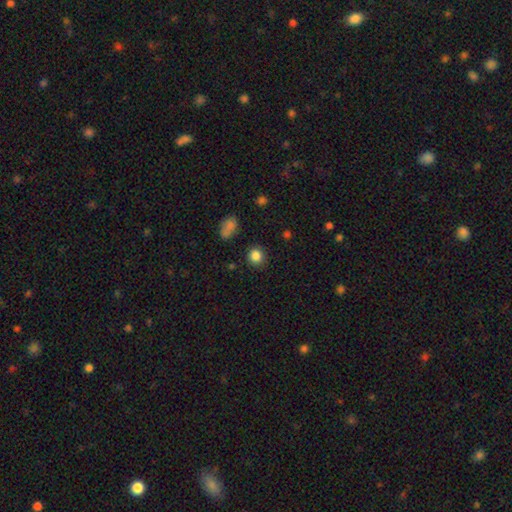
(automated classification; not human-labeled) Q: Smooth or featured?
A: smooth (85%); runner-up: star or artifact (11%)
Q: How rounded?
A: round (87%); runner-up: in between (12%)
Q: Merging?
A: none (87%); runner-up: minor disturbance (8%)